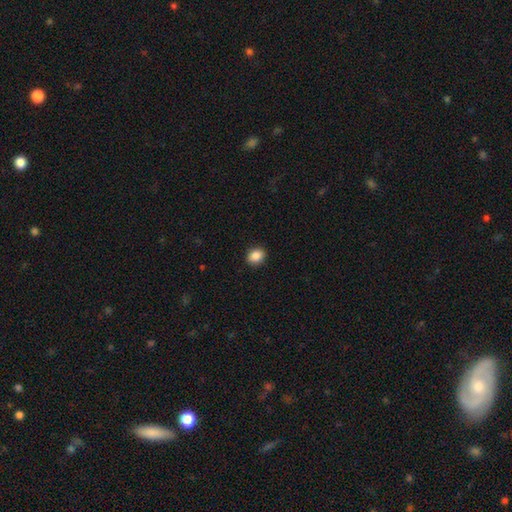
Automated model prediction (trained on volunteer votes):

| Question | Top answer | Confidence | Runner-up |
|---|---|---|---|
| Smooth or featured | smooth | 88% | star or artifact (9%) |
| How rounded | round | 51% | in between (48%) |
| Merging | none | 91% | minor disturbance (6%) |